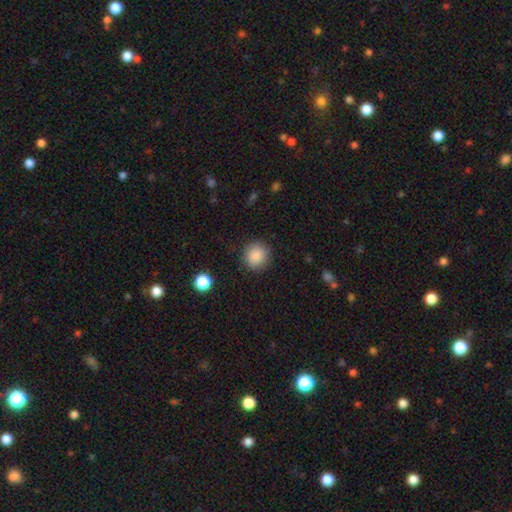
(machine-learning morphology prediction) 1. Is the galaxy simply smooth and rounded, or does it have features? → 87% smooth, 9% star or artifact, 4% featured or disk.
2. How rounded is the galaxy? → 89% round, 10% in between, 1% cigar-shaped.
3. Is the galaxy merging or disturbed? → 87% none, 9% minor disturbance, 3% major disturbance, 1% merger.